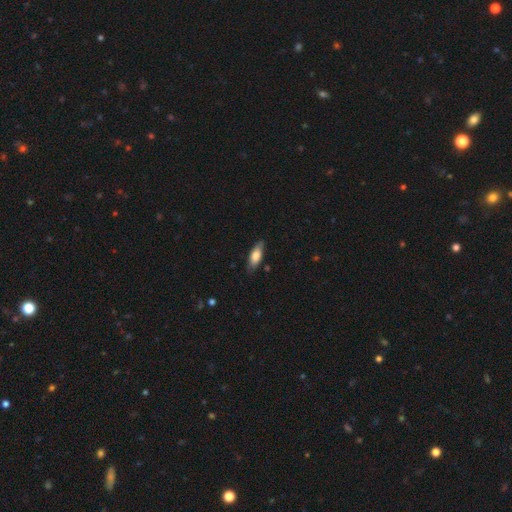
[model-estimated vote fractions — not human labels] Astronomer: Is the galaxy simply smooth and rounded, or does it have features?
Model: smooth — 72%.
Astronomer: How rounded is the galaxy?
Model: in between — 66%.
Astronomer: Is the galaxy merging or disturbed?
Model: none — 79%.